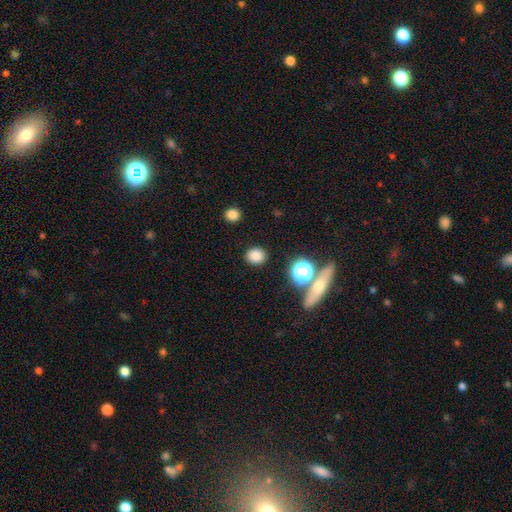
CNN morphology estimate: Smooth or featured?
  - smooth: 83% *
  - star or artifact: 12%
  - featured or disk: 5%
How rounded?
  - round: 71% *
  - in between: 27%
  - cigar-shaped: 1%
Merging?
  - none: 86% *
  - minor disturbance: 8%
  - merger: 3%
  - major disturbance: 3%